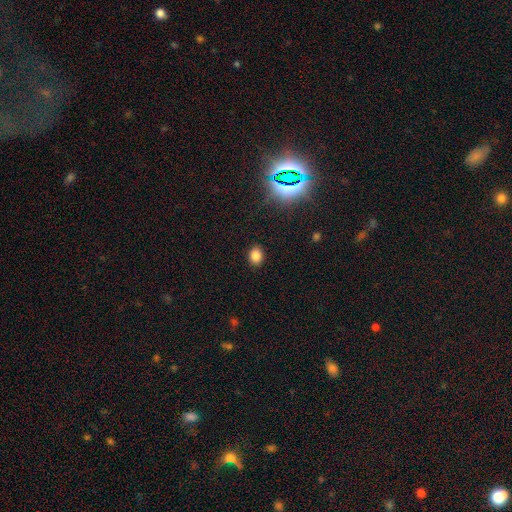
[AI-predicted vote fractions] Smooth or featured?
  - smooth: 82% *
  - star or artifact: 14%
  - featured or disk: 5%
How rounded?
  - in between: 51% *
  - round: 48%
  - cigar-shaped: 1%
Merging?
  - none: 90% *
  - minor disturbance: 7%
  - major disturbance: 2%
  - merger: 1%